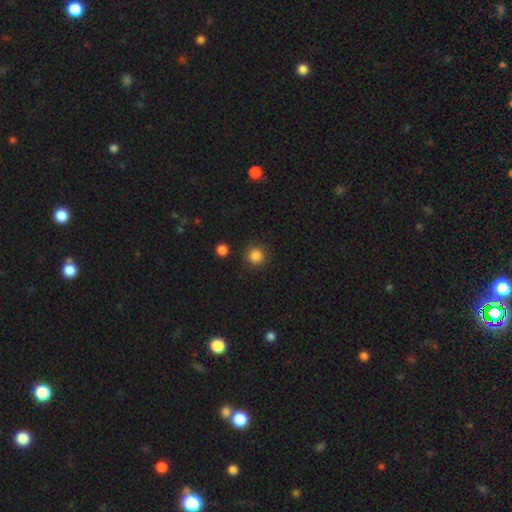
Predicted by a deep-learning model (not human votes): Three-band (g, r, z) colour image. It shows a smooth galaxy with no disk features (85%) that is round (94%). Merging: none (89%).